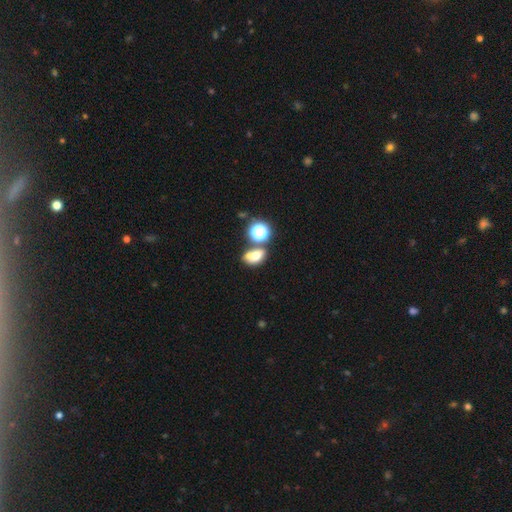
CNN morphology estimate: Smooth or featured?
  - smooth: 65% *
  - star or artifact: 18%
  - featured or disk: 17%
How rounded?
  - in between: 71% *
  - round: 27%
  - cigar-shaped: 2%
Merging?
  - none: 43% *
  - merger: 37%
  - minor disturbance: 13%
  - major disturbance: 6%